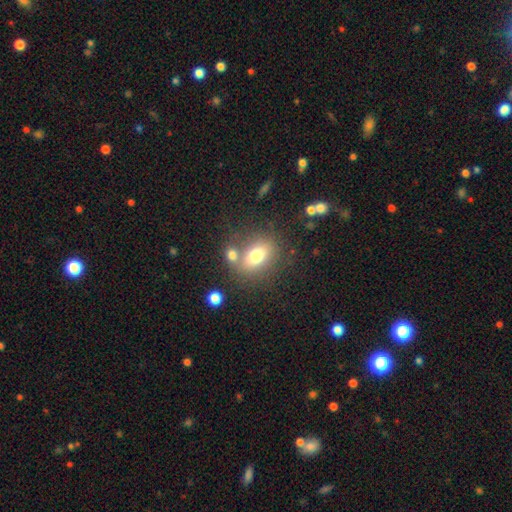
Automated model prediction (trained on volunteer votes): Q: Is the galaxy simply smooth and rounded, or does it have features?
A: smooth — 73%.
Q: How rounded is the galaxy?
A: in between — 73%.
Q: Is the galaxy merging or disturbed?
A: none — 59%.